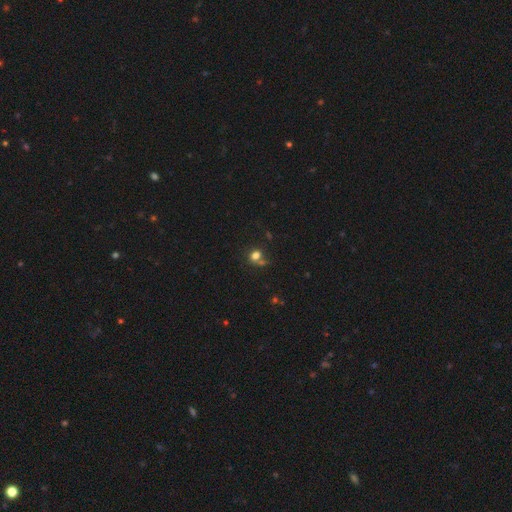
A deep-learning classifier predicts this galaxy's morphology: Smooth or featured? smooth (74%)
How rounded? round (71%)
Merging? none (50%)